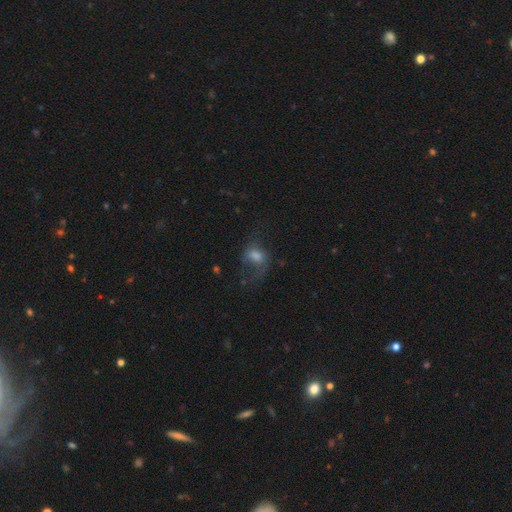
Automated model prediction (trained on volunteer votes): The model was most divided on "merging": none: 39%, major disturbance: 38%, minor disturbance: 20%, merger: 3%. Remaining: smooth or featured — smooth (44%).